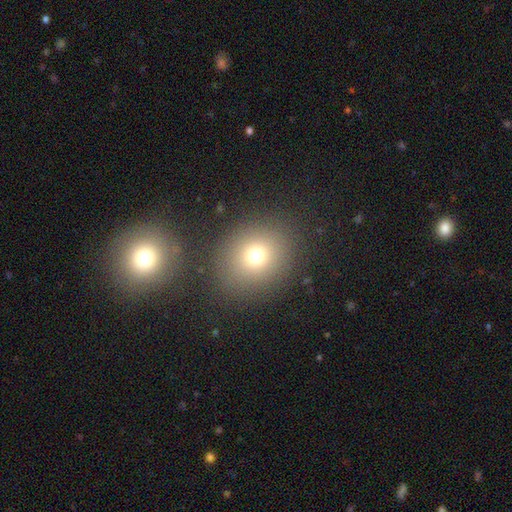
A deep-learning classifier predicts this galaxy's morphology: type=smooth (73%); roundness=round (70%); merging=none (82%).